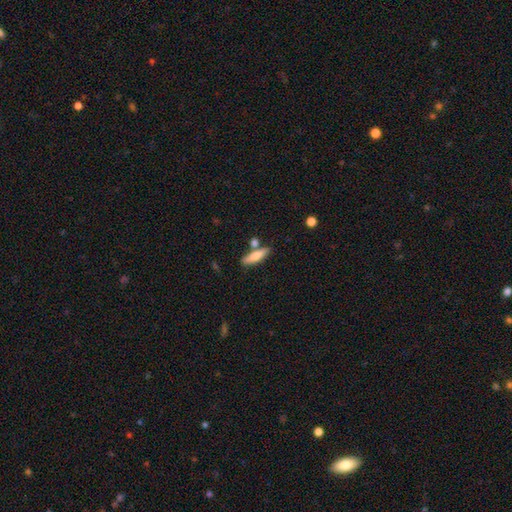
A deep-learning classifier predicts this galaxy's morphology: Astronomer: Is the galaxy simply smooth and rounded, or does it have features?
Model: smooth — 70%.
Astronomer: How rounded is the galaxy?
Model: cigar-shaped — 68%.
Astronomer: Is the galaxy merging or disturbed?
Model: none — 68%.